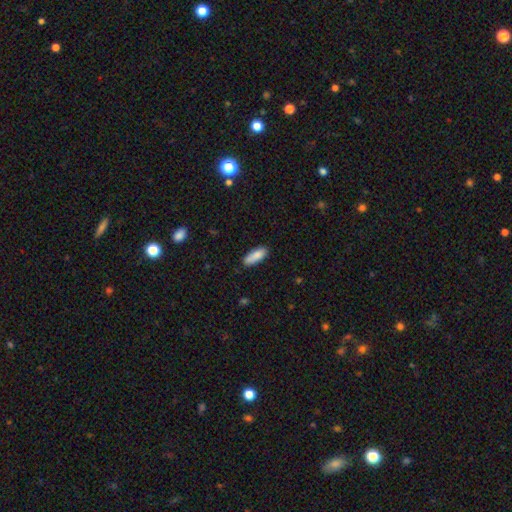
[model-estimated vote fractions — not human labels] This is clearly a smooth galaxy (87%). How rounded: likely in between (65%). Merging: clearly none (82%).